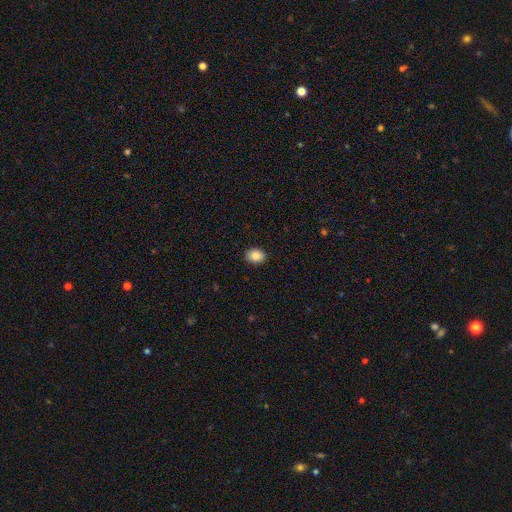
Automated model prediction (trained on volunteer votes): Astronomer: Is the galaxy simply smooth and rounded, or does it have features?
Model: smooth — 88%.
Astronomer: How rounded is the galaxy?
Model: in between — 64%.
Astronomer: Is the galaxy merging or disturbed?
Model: none — 90%.